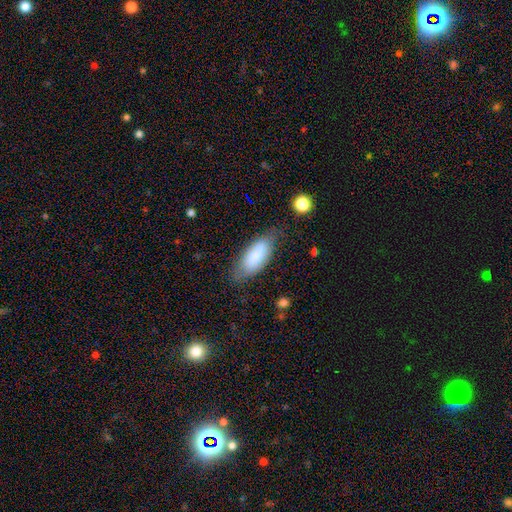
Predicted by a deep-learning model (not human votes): Overall: smooth (75%). How rounded: in between (80%). Merging: none (66%).